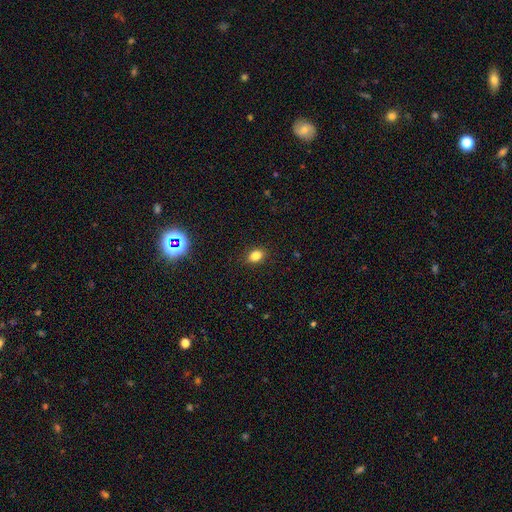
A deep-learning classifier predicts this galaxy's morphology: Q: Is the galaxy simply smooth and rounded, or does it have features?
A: smooth — 83%.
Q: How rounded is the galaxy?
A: in between — 73%.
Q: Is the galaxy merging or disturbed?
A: none — 88%.